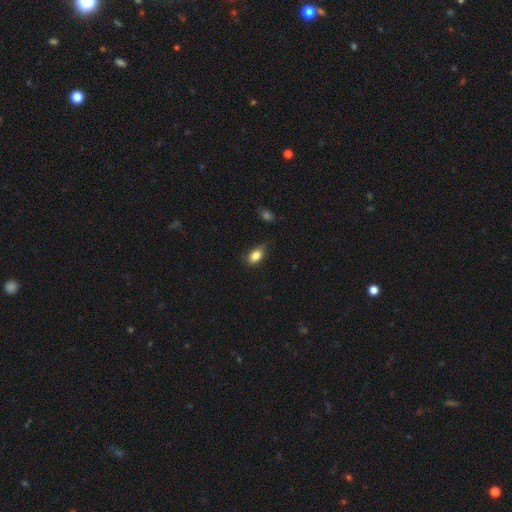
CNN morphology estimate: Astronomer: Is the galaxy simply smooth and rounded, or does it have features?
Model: smooth — 84%.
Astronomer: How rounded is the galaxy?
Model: in between — 87%.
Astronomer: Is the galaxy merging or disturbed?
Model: none — 74%.